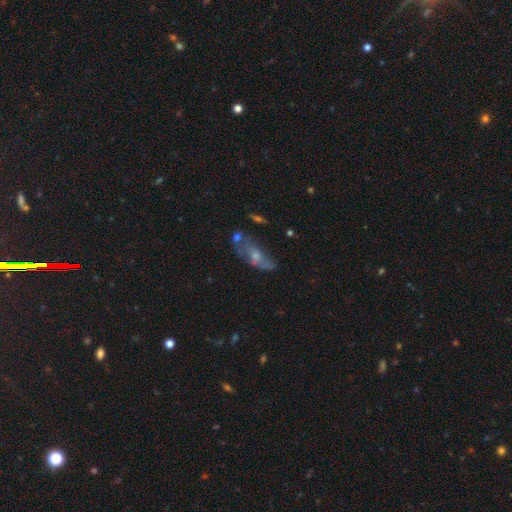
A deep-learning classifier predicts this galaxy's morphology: Q: Smooth or featured?
A: featured or disk (55%); runner-up: smooth (29%)
Q: Edge-on disk?
A: no (78%); runner-up: yes (22%)
Q: Merging?
A: none (47%); runner-up: minor disturbance (22%)